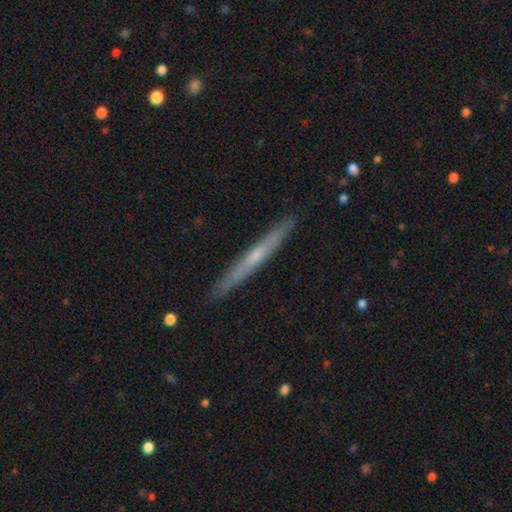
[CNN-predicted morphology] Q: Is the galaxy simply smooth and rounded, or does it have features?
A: featured or disk — 59%.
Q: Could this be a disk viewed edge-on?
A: yes — 96%.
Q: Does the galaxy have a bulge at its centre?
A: none — 55%.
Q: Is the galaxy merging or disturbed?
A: none — 91%.